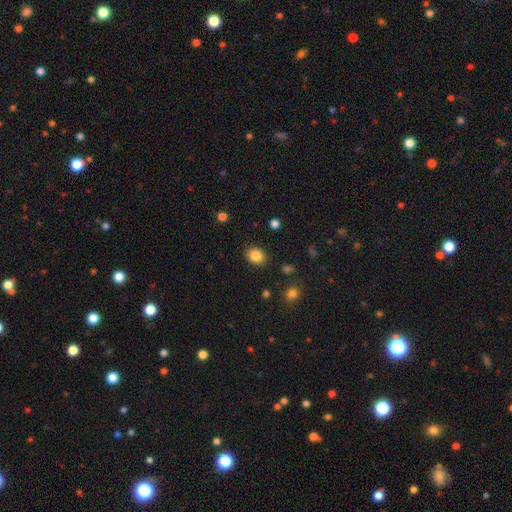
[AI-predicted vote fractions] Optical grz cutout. It shows a smooth galaxy with no disk features (85%) that is in between round and cigar-shaped (54%). Merging: none (87%).